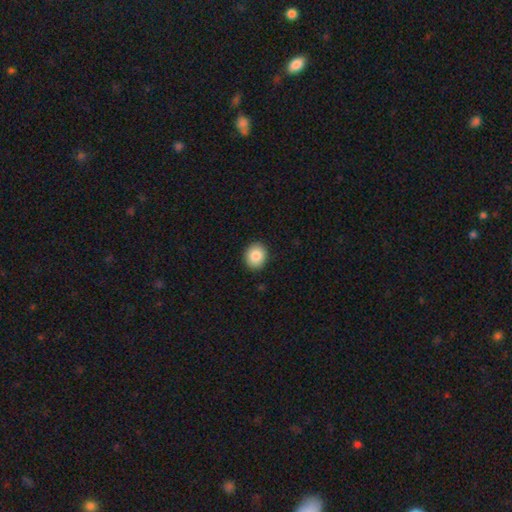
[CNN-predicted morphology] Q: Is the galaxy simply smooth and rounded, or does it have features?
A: smooth — 86%.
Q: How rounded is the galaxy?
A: round — 64%.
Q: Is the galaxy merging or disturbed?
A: none — 90%.